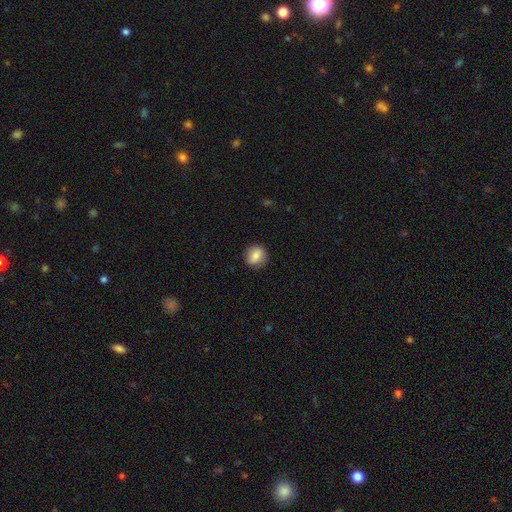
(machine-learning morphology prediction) Overall: smooth (82%). How rounded: round (81%). Merging: none (86%).